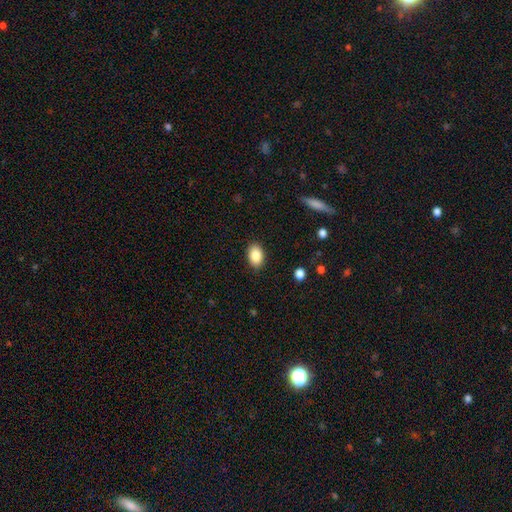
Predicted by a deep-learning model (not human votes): Morphology: type=smooth (86%); roundness=in between (85%); merging=none (88%).